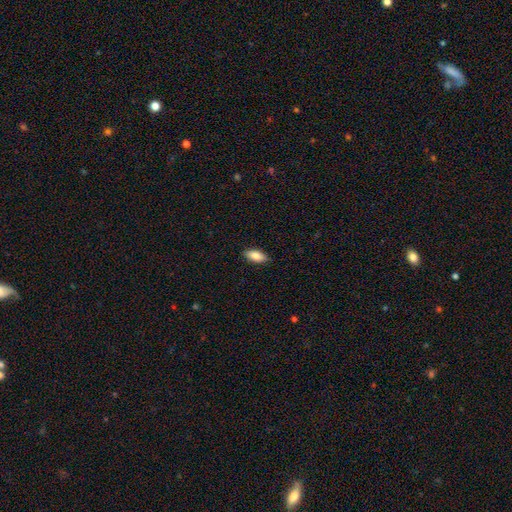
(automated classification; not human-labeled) This appears to be a smooth galaxy with no disk features (84%) that is in between round and cigar-shaped (86%). Merging: none (88%).